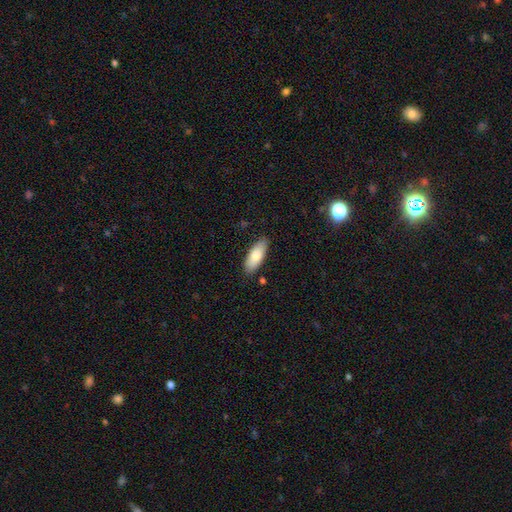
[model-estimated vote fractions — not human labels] Smooth or featured? Predicted: smooth (p=0.80). How rounded? Predicted: in between (p=0.77). Merging? Predicted: none (p=0.85).